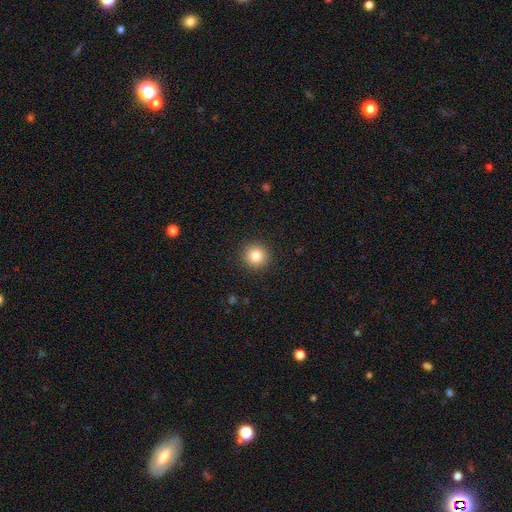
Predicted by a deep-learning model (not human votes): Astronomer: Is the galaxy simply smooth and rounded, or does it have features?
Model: smooth — 84%.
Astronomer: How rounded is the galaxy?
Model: round — 95%.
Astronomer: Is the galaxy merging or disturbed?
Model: none — 92%.